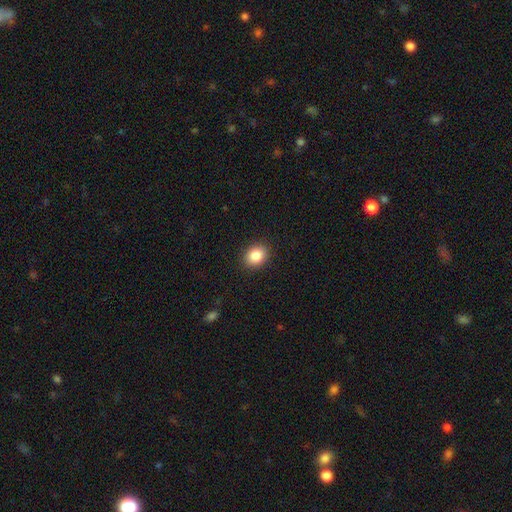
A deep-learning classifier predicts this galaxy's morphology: The model was most divided on "how rounded": round: 50%, in between: 49%, cigar-shaped: 1%. More confident: merging — none (90%); smooth or featured — smooth (86%).